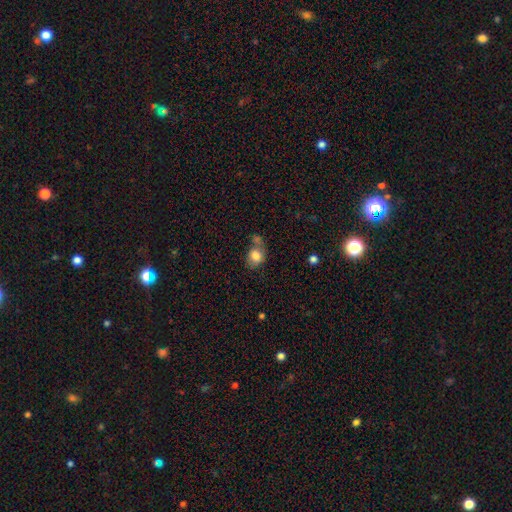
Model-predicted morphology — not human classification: smooth-or-featured: smooth: 81% | featured or disk: 11% | star or artifact: 9%
  how-rounded: round: 53% | in between: 46% | cigar-shaped: 1%
  merging: none: 40% | merger: 29% | minor disturbance: 20% | major disturbance: 11%